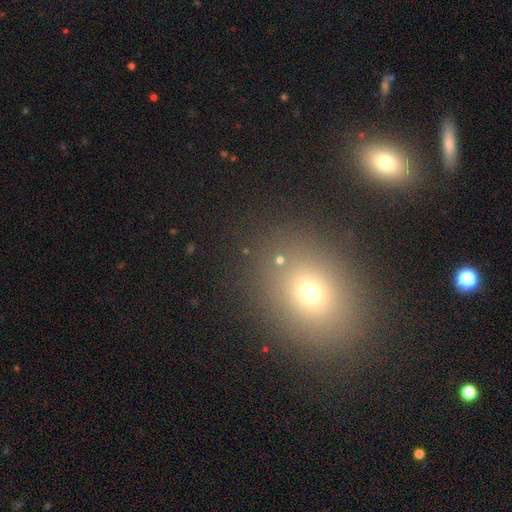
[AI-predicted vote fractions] This is likely a smooth galaxy (63%). How rounded: possibly in between (51%). Merging: clearly none (81%).